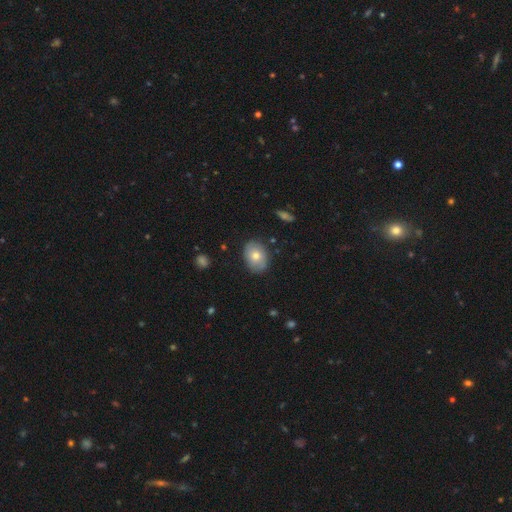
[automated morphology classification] A smooth galaxy with no disk features (72%) that is in between round and cigar-shaped (75%).

Vote fractions:
- Smooth or featured? smooth: 72% / featured or disk: 21% / star or artifact: 8%
- How rounded? in between: 75% / round: 24% / cigar-shaped: 1%
- Merging? none: 83% / minor disturbance: 13% / major disturbance: 3% / merger: 1%